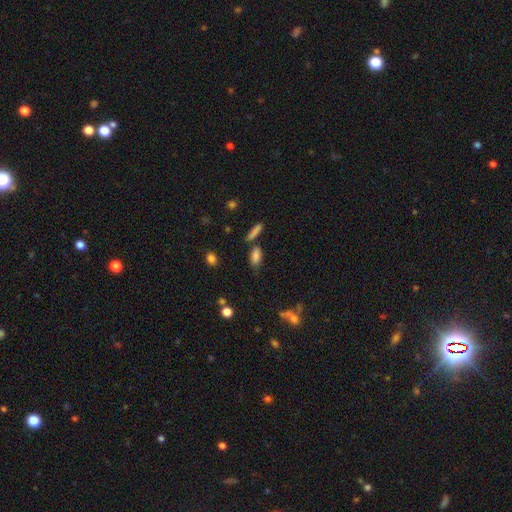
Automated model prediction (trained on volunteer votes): This is clearly a smooth galaxy (81%). How rounded: clearly in between (82%). Merging: likely none (66%).